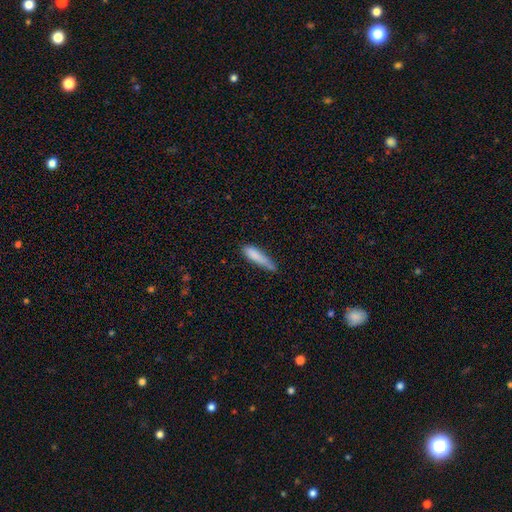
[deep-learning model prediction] A smooth galaxy with no disk features (82%) that is cigar-shaped (78%). Merging: none (43%).